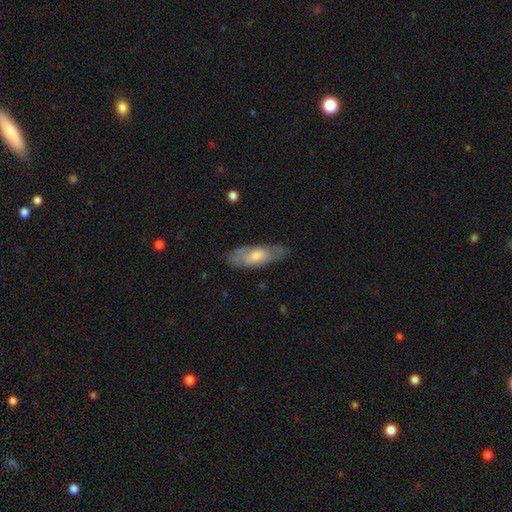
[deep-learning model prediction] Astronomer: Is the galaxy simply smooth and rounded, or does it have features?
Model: smooth — 57% (runner-up: featured or disk, 37%).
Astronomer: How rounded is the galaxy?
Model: in between — 65%.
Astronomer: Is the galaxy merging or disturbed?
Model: none — 74%.